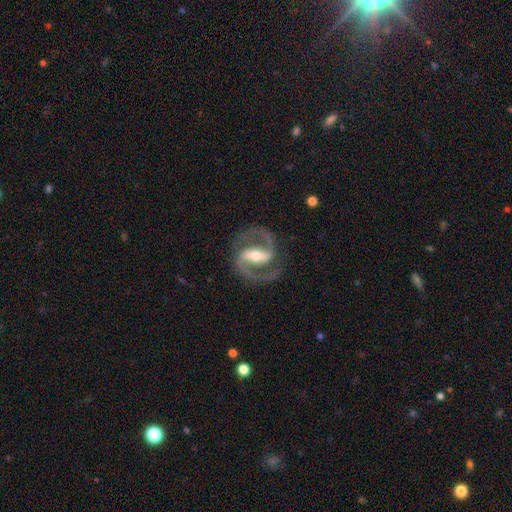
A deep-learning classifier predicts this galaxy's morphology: Q: Smooth or featured?
A: featured or disk (93%); runner-up: star or artifact (4%)
Q: Edge-on disk?
A: no (97%); runner-up: yes (3%)
Q: Bar?
A: strong (66%); runner-up: weak (26%)
Q: Spiral arms?
A: yes (98%); runner-up: no (2%)
Q: Spiral winding?
A: medium (68%); runner-up: tight (18%)
Q: Spiral arm count?
A: 2 (94%); runner-up: can't tell (1%)
Q: Bulge size?
A: moderate (59%); runner-up: small (34%)
Q: Merging?
A: none (84%); runner-up: minor disturbance (10%)